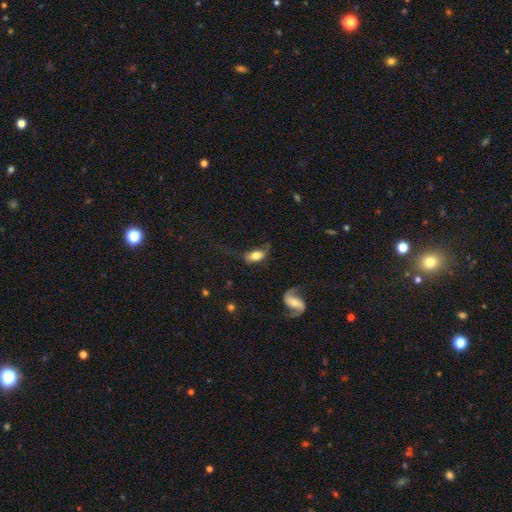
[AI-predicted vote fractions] A smooth galaxy with no disk features (65%) that is in between round and cigar-shaped (89%). Merging: none (44%).